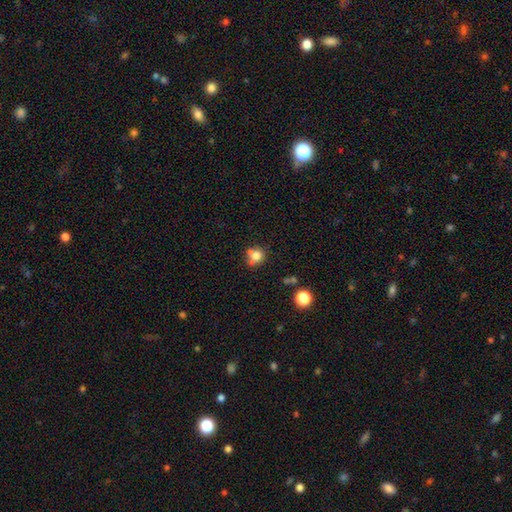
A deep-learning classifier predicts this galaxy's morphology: smooth-or-featured: smooth: 75% | featured or disk: 13% | star or artifact: 12%
  how-rounded: round: 79% | in between: 20% | cigar-shaped: 1%
  merging: none: 54% | merger: 24% | minor disturbance: 16% | major disturbance: 6%